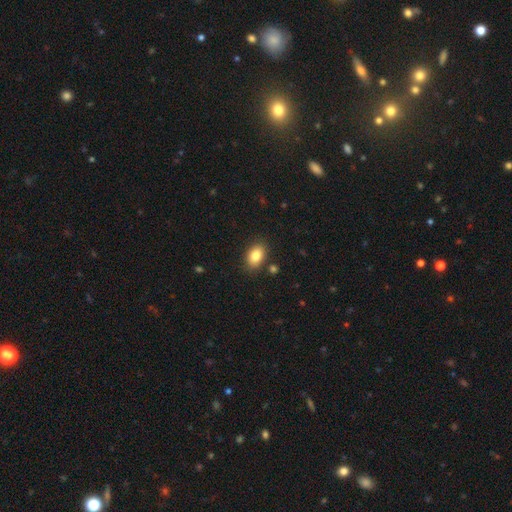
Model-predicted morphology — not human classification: This appears to be a smooth galaxy with no disk features (84%) that is in between round and cigar-shaped (86%). Merging: none (85%).